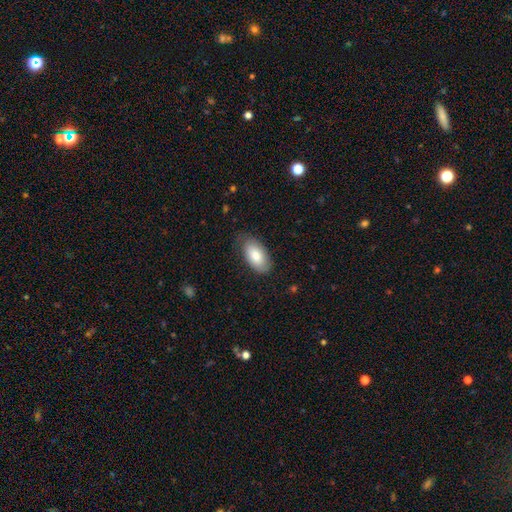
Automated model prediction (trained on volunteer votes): This appears to be a smooth galaxy with no disk features (81%) that is in between round and cigar-shaped (95%). Merging: none (72%).